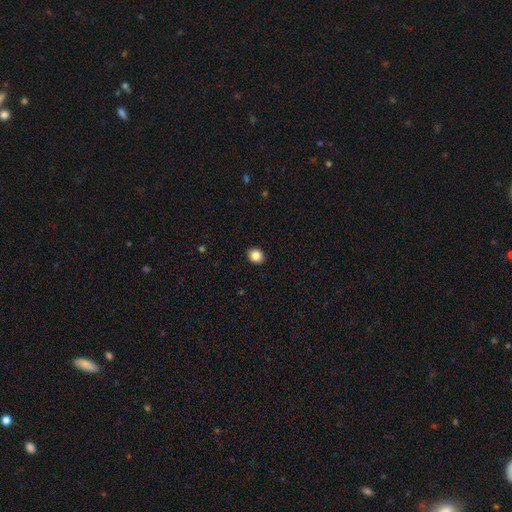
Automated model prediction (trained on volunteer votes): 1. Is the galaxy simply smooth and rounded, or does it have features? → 87% smooth, 10% star or artifact, 4% featured or disk.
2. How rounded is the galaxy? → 70% round, 29% in between, 1% cigar-shaped.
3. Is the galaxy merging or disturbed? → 91% none, 6% minor disturbance, 2% major disturbance, 1% merger.